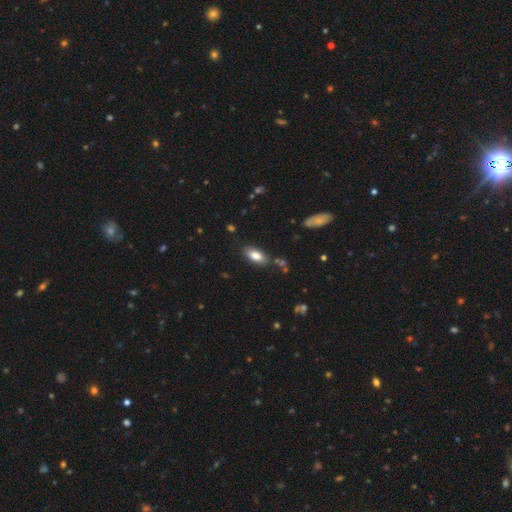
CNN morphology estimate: Smooth or featured: smooth — 82% (featured or disk — 11%)
How rounded: in between — 89% (cigar-shaped — 8%)
Merging: none — 78% (minor disturbance — 15%)